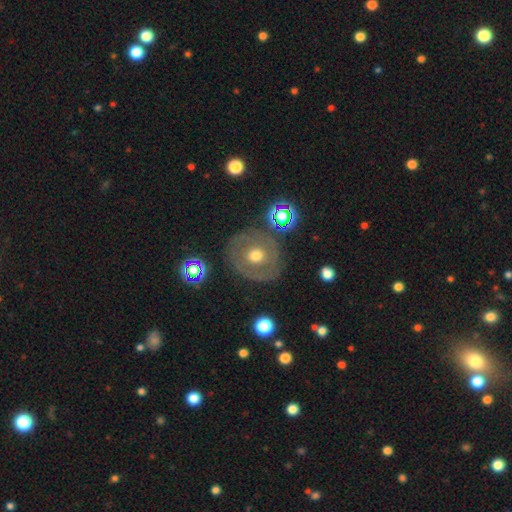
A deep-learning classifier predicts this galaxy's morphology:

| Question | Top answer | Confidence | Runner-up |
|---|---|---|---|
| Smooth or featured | featured or disk | 51% | smooth (38%) |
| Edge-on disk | no | 95% | yes (5%) |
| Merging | none | 79% | minor disturbance (12%) |